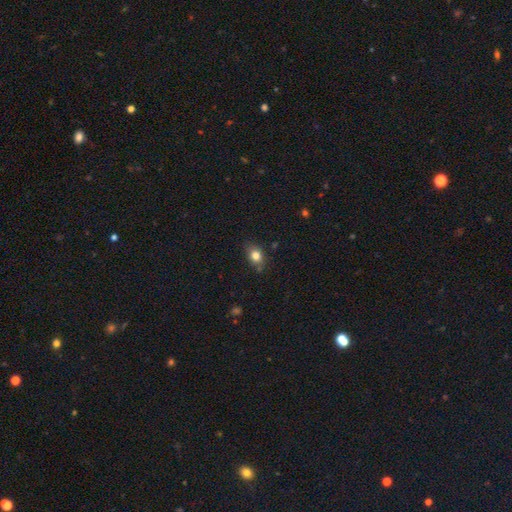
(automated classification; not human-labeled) smooth 81%, star or artifact 10%, featured or disk 9%. Down the decision tree: how rounded — in between (66%); merging — none (75%).